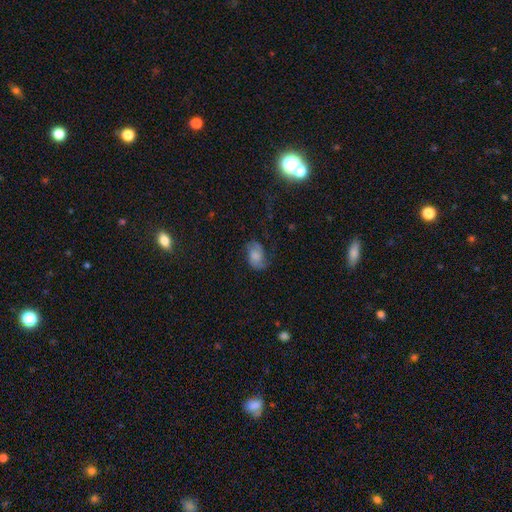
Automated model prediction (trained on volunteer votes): Overall: smooth (49%; featured or disk 41%). Merging: none (59%; minor disturbance 24%).